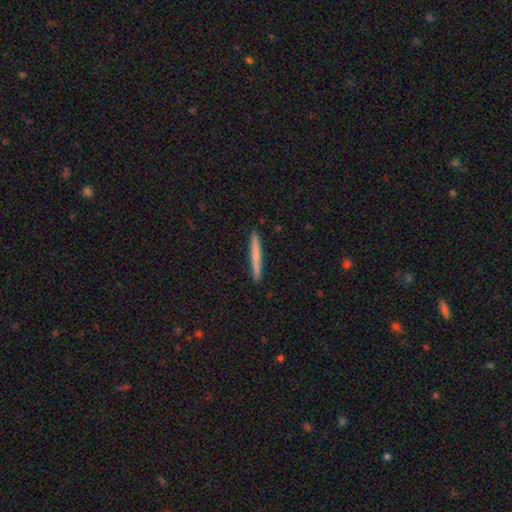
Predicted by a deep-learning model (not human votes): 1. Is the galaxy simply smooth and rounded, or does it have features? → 68% smooth, 26% featured or disk, 6% star or artifact.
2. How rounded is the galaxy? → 97% cigar-shaped, 2% in between, 1% round.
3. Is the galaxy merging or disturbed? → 92% none, 5% minor disturbance, 1% major disturbance, 1% merger.